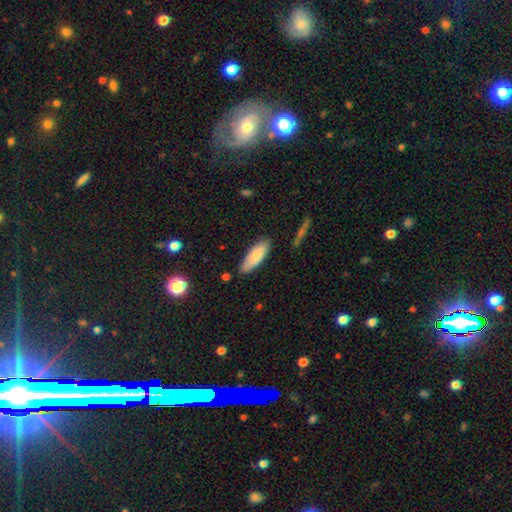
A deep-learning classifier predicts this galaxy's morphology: smooth_or_featured: smooth (p=0.79) [alt: featured or disk p=0.15]
how_rounded: in between (p=0.66) [alt: cigar-shaped p=0.32]
merging: none (p=0.80) [alt: minor disturbance p=0.15]